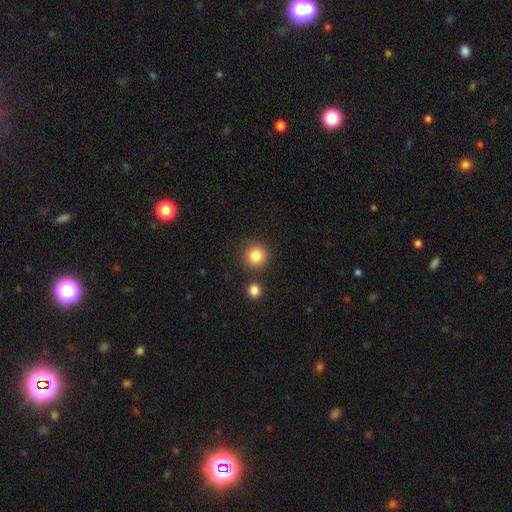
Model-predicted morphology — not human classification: This appears to be a smooth galaxy with no disk features (85%) that is round (93%). Merging: none (83%).